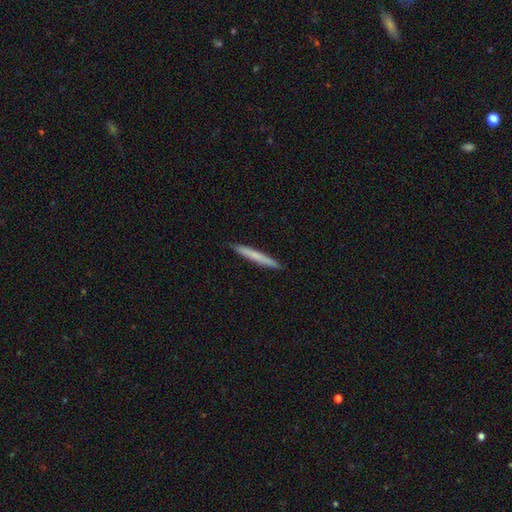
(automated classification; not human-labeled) A smooth galaxy with no disk features (67%) that is cigar-shaped (97%).

Vote fractions:
- Smooth or featured? smooth: 67% / featured or disk: 27% / star or artifact: 5%
- How rounded? cigar-shaped: 97% / in between: 2% / round: 1%
- Merging? none: 92% / minor disturbance: 5% / major disturbance: 1% / merger: 1%